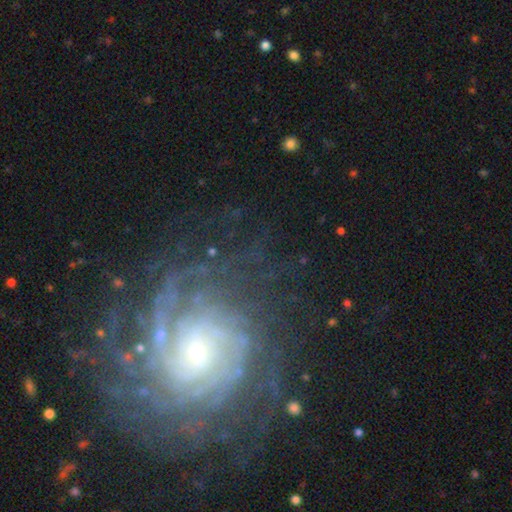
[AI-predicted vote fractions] A featured or disk galaxy (83%) with no bar (65%), tight (73%) spiral arms (97%) and a small central bulge (71%).

Vote fractions:
- Smooth or featured? featured or disk: 83% / star or artifact: 10% / smooth: 7%
- Edge-on disk? no: 97% / yes: 3%
- Bar? no: 65% / weak: 27% / strong: 8%
- Spiral arms? yes: 97% / no: 3%
- Spiral winding? tight: 73% / medium: 21% / loose: 6%
- Spiral arm count? can't tell: 32% / more than 4: 20% / 4: 16% / 2: 12% / 3: 12% / 1: 8%
- Bulge size? small: 71% / moderate: 23% / large: 3% / none: 2% / dominant: 1%
- Merging? none: 74% / minor disturbance: 14% / major disturbance: 10% / merger: 2%